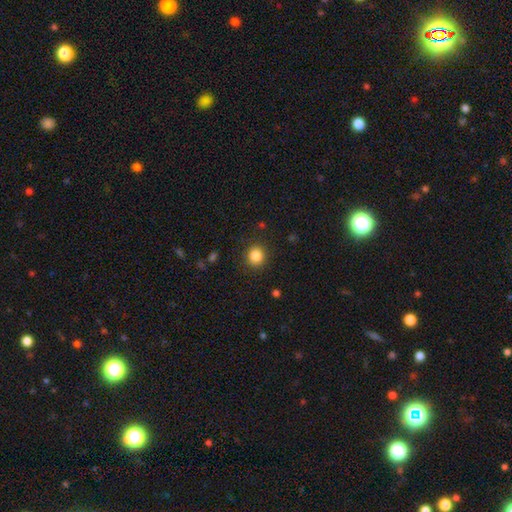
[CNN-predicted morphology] Smooth or featured? Predicted: smooth (p=0.85). How rounded? Predicted: round (p=0.89). Merging? Predicted: none (p=0.89).